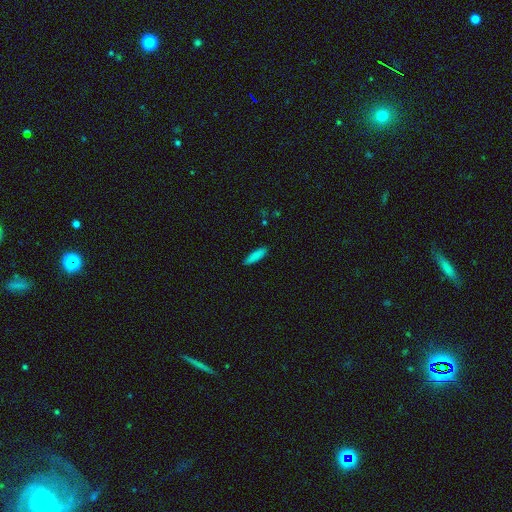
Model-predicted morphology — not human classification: A smooth galaxy with no disk features (86%) that is cigar-shaped (63%).

Vote fractions:
- Smooth or featured? smooth: 86% / star or artifact: 7% / featured or disk: 6%
- How rounded? cigar-shaped: 63% / in between: 36% / round: 2%
- Merging? none: 89% / minor disturbance: 8% / major disturbance: 2% / merger: 1%